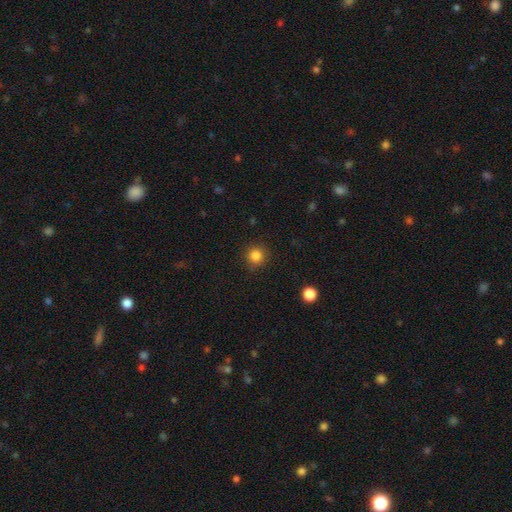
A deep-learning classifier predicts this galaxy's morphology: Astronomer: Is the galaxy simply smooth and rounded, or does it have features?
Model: smooth — 84%.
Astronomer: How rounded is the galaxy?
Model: round — 93%.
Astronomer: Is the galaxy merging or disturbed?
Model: none — 89%.